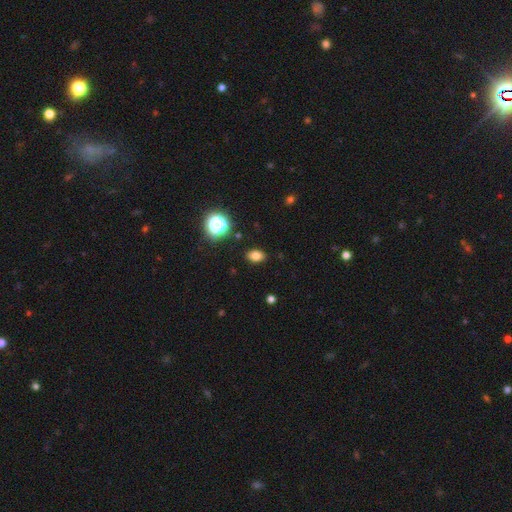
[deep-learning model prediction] Smooth or featured? Predicted: smooth (p=0.78). How rounded? Predicted: in between (p=0.78). Merging? Predicted: none (p=0.88).